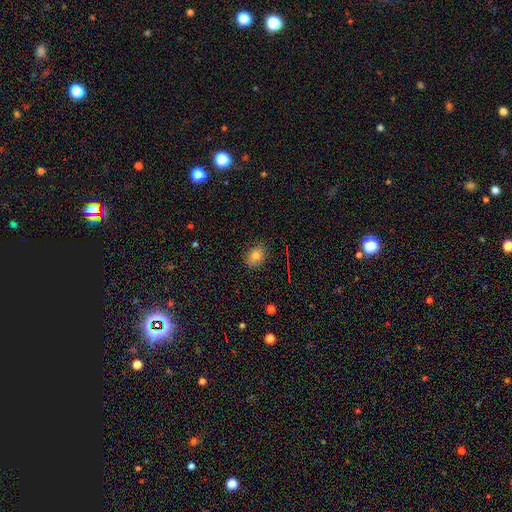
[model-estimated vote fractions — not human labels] smooth-or-featured: smooth: 79% | star or artifact: 13% | featured or disk: 7%
  how-rounded: in between: 65% | round: 34% | cigar-shaped: 1%
  merging: none: 83% | minor disturbance: 13% | major disturbance: 3% | merger: 1%